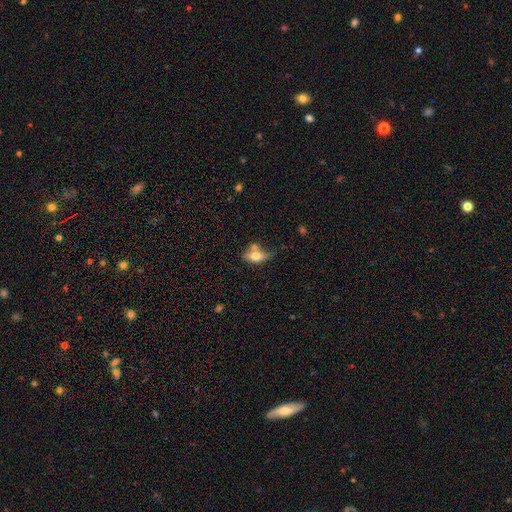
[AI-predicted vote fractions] The model was most divided on "merging": none: 40%, merger: 26%, minor disturbance: 22%, major disturbance: 12%. More confident: how rounded — in between (80%); smooth or featured — smooth (63%).